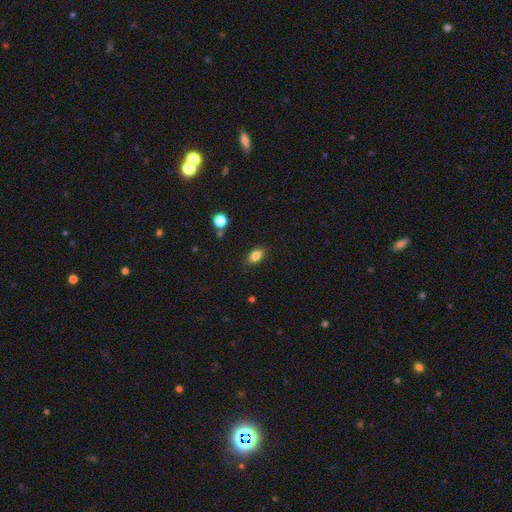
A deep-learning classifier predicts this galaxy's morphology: A smooth galaxy with no disk features (83%) that is in between round and cigar-shaped (88%).

Vote fractions:
- Smooth or featured? smooth: 83% / star or artifact: 9% / featured or disk: 8%
- How rounded? in between: 88% / round: 8% / cigar-shaped: 4%
- Merging? none: 85% / minor disturbance: 11% / major disturbance: 2% / merger: 2%